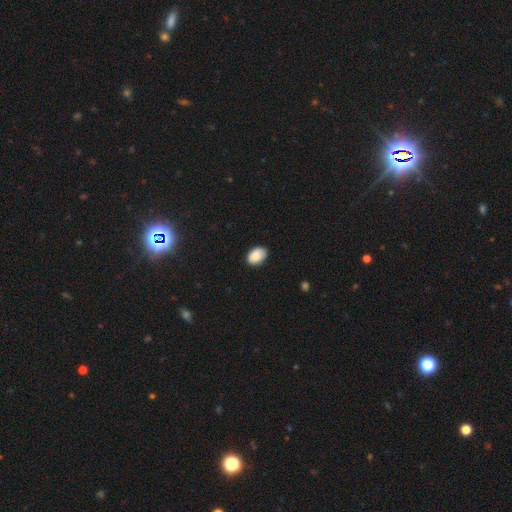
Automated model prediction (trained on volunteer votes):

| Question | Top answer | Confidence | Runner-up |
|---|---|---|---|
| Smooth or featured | smooth | 87% | star or artifact (7%) |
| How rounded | in between | 87% | round (12%) |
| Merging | none | 84% | minor disturbance (13%) |